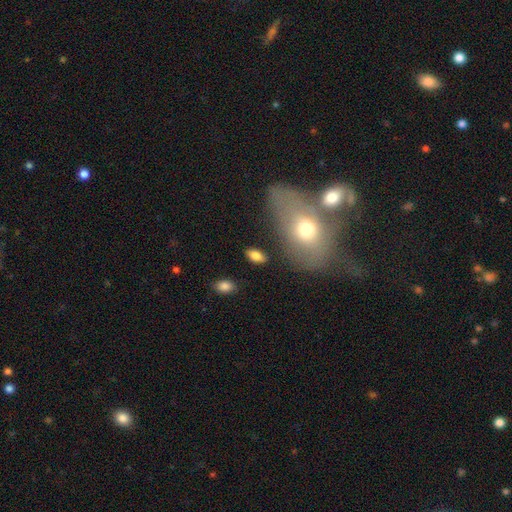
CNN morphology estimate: Smooth or featured? Predicted: smooth (p=0.81). How rounded? Predicted: in between (p=0.90). Merging? Predicted: none (p=0.83).